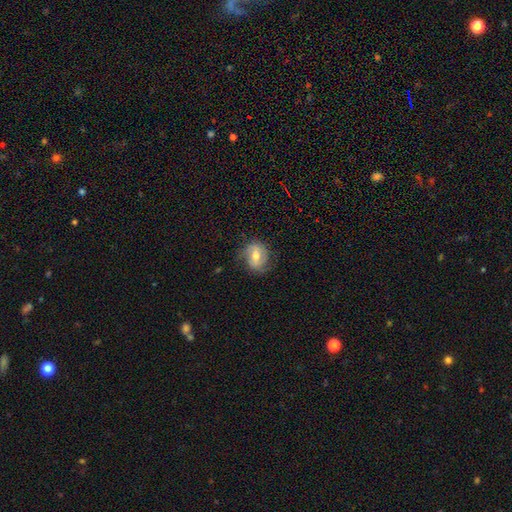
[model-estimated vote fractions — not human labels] This is possibly a featured or disk galaxy (54%). It is clearly not viewed edge-on (96%). Bar: marginally weak (45%). Spiral arm pattern: likely yes (78%). Central bulge: likely moderate (68%). Merging: likely none (69%).